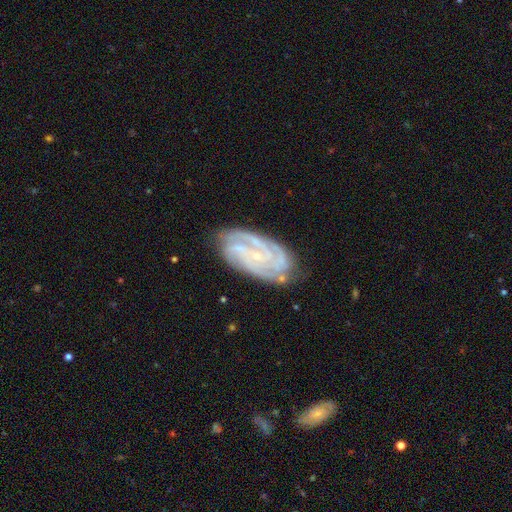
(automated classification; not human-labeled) This appears to be a featured or disk galaxy (78%) with no bar (52%), tight (62%) spiral arms (94%) and a small central bulge (76%). Merging: none (78%).